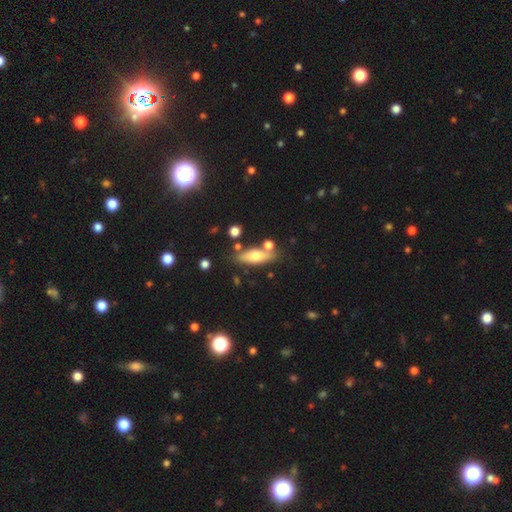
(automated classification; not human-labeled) smooth-or-featured: smooth: 60% | featured or disk: 32% | star or artifact: 8%
  how-rounded: in between: 56% | cigar-shaped: 40% | round: 4%
  merging: none: 71% | minor disturbance: 14% | merger: 11% | major disturbance: 4%